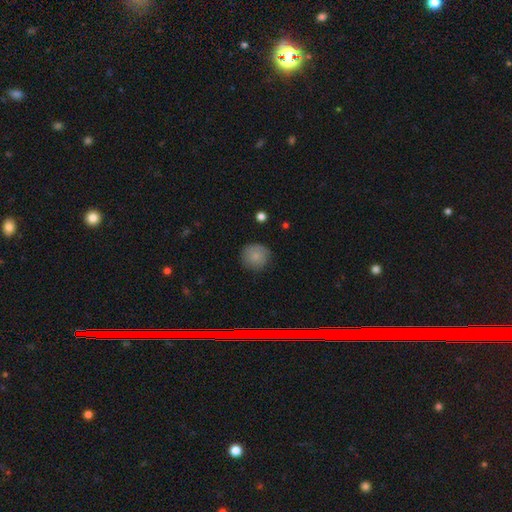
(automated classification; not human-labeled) The model was most divided on "merging": none: 81%, minor disturbance: 15%, major disturbance: 3%, merger: 1%. More confident: how rounded — round (93%); smooth or featured — smooth (79%).